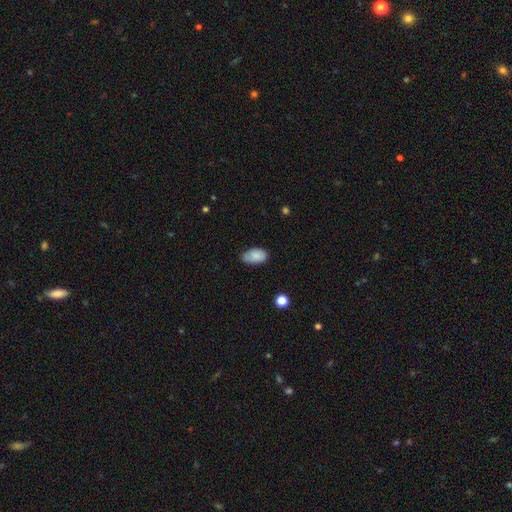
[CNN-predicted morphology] Smooth or featured?
  - smooth: 84% *
  - featured or disk: 9%
  - star or artifact: 7%
How rounded?
  - in between: 94% *
  - round: 5%
  - cigar-shaped: 2%
Merging?
  - none: 65% *
  - minor disturbance: 29%
  - major disturbance: 5%
  - merger: 2%